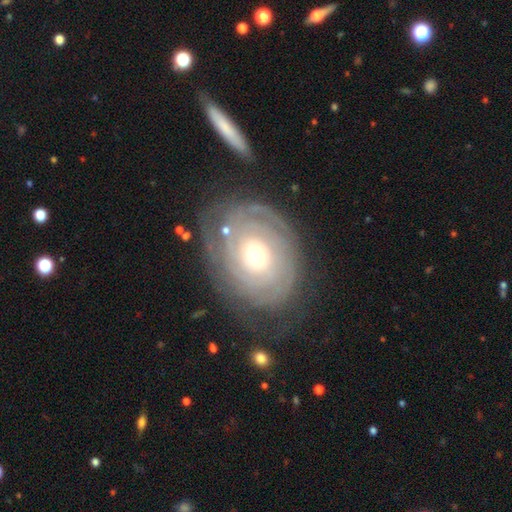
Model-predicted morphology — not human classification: This appears to be a featured or disk galaxy (79%) with no bar (81%), tight (83%) spiral arms (89%) and a moderate central bulge (63%). Merging: none (73%).